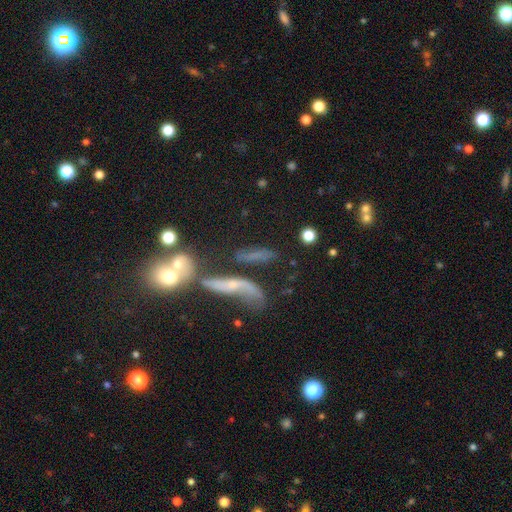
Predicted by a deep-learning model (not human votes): This is possibly a featured or disk galaxy (45%). Merging: marginally none (34%).